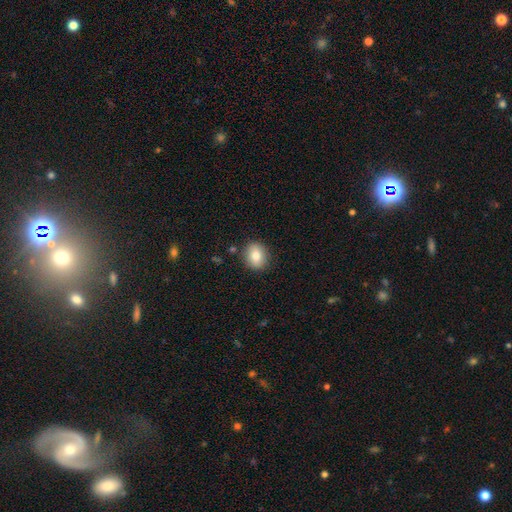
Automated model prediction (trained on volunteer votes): Smooth or featured?
  - smooth: 82% *
  - featured or disk: 10%
  - star or artifact: 9%
How rounded?
  - round: 68% *
  - in between: 31%
  - cigar-shaped: 1%
Merging?
  - none: 87% *
  - minor disturbance: 9%
  - major disturbance: 2%
  - merger: 2%